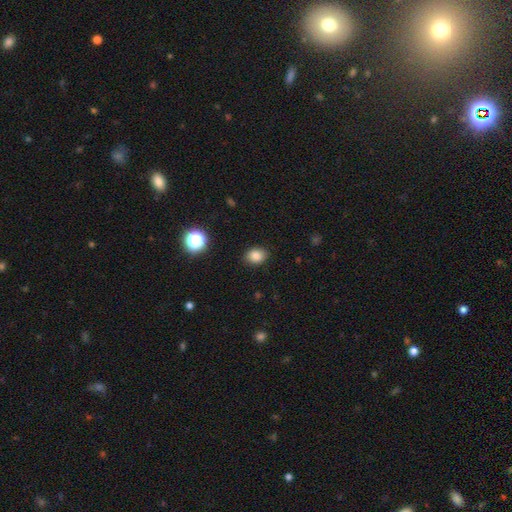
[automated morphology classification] Smooth or featured? smooth (83%)
How rounded? in between (61%)
Merging? none (87%)